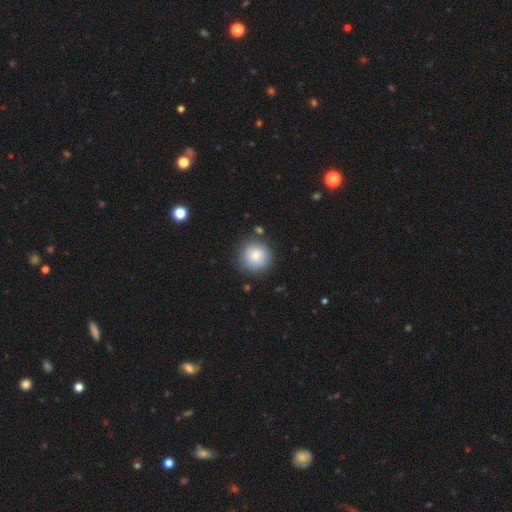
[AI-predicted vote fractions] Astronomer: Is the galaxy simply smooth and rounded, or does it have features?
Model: smooth — 83%.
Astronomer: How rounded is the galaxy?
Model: round — 94%.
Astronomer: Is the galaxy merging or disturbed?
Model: none — 82%.